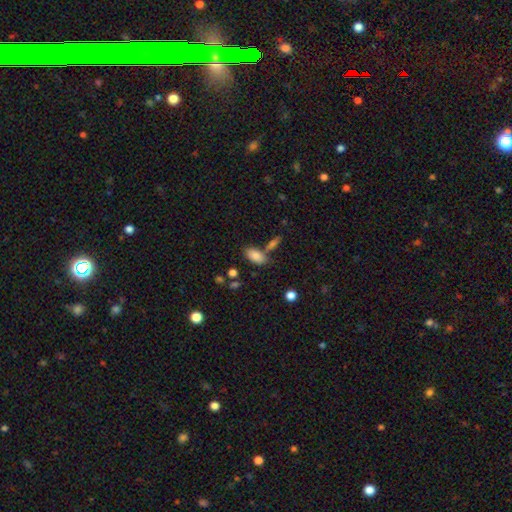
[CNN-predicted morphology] Smooth or featured?
  - smooth: 85% *
  - star or artifact: 8%
  - featured or disk: 7%
How rounded?
  - in between: 92% *
  - cigar-shaped: 5%
  - round: 3%
Merging?
  - none: 62% *
  - merger: 22%
  - minor disturbance: 12%
  - major disturbance: 4%